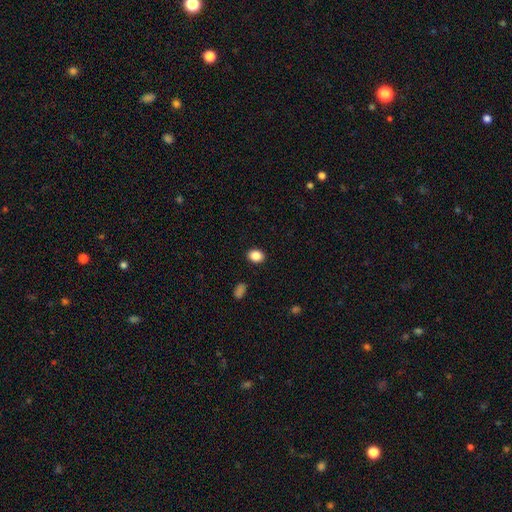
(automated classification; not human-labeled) Q: Smooth or featured?
A: smooth (87%); runner-up: star or artifact (9%)
Q: How rounded?
A: in between (57%); runner-up: round (42%)
Q: Merging?
A: none (90%); runner-up: minor disturbance (6%)